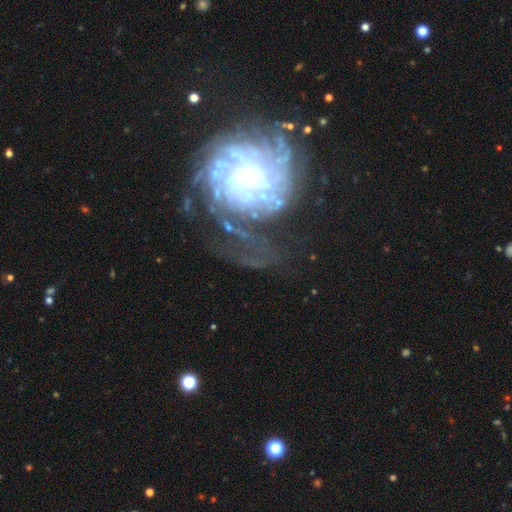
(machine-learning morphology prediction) smooth_or_featured: featured or disk (p=0.82) [alt: star or artifact p=0.11]
disk_edge_on: no (p=0.97) [alt: yes p=0.03]
bar: no (p=0.46) [alt: weak p=0.37]
has_spiral_arms: yes (p=0.91) [alt: no p=0.09]
spiral_winding: tight (p=0.66) [alt: medium p=0.25]
spiral_arm_count: can't tell (p=0.40) [alt: more than 4 p=0.14]
bulge_size: small (p=0.62) [alt: moderate p=0.27]
merging: none (p=0.53) [alt: major disturbance p=0.24]